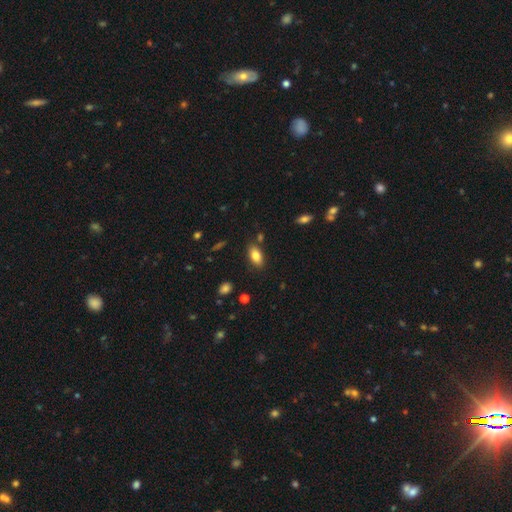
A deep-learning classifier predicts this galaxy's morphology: This is clearly a smooth galaxy (82%). How rounded: clearly in between (90%). Merging: clearly none (82%).